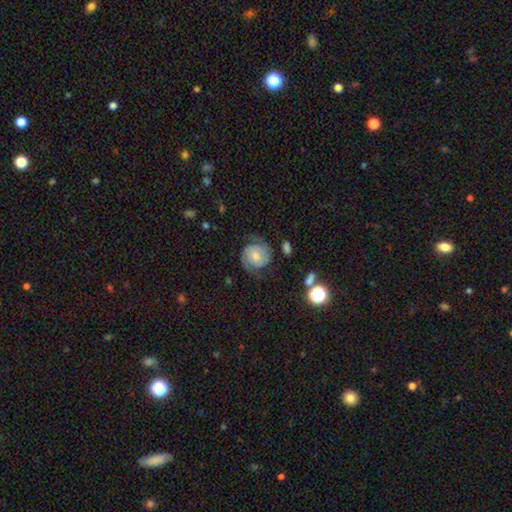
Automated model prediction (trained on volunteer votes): Smooth or featured?
  - featured or disk: 75% *
  - smooth: 17%
  - star or artifact: 8%
Edge-on disk?
  - no: 98% *
  - yes: 2%
Bar?
  - no: 62% *
  - weak: 31%
  - strong: 7%
Spiral arms?
  - yes: 96% *
  - no: 4%
Spiral winding?
  - tight: 44% *
  - medium: 42%
  - loose: 15%
Spiral arm count?
  - 2: 90% *
  - can't tell: 5%
  - 3: 2%
  - 1: 2%
  - 4: 1%
  - more than 4: 1%
Bulge size?
  - small: 45% *
  - moderate: 43%
  - large: 5%
  - none: 5%
  - dominant: 2%
Merging?
  - none: 75% *
  - minor disturbance: 15%
  - major disturbance: 8%
  - merger: 2%